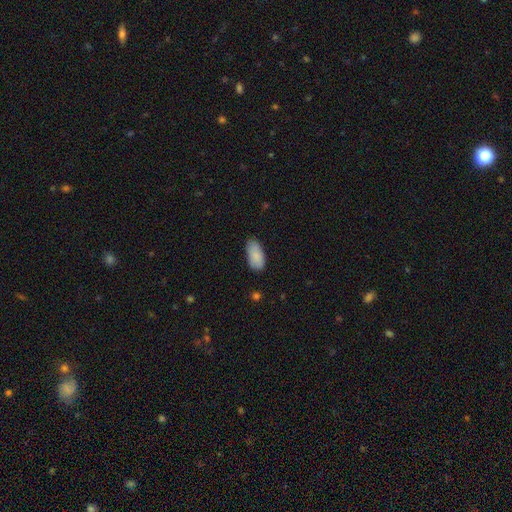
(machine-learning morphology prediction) Overall: smooth (87%). How rounded: in between (94%). Merging: none (78%).